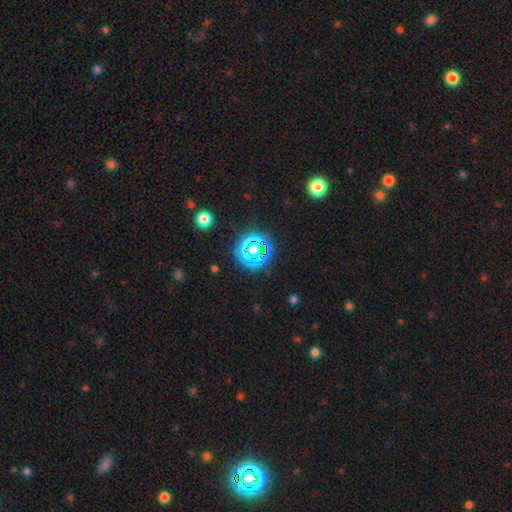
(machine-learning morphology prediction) Smooth or featured: star or artifact — 74% (smooth — 19%)